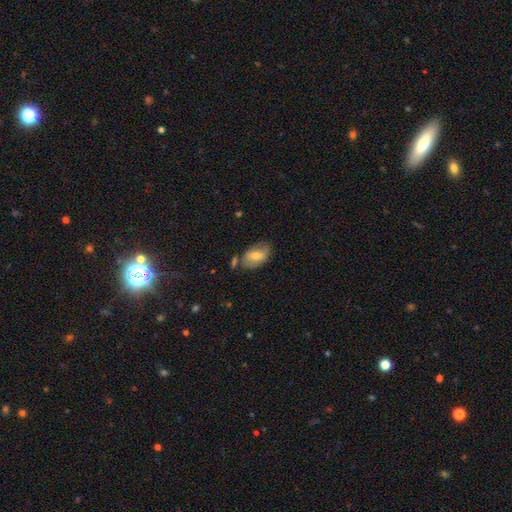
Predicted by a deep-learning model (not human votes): A smooth galaxy with no disk features (65%) that is in between round and cigar-shaped (90%).

Vote fractions:
- Smooth or featured? smooth: 65% / featured or disk: 28% / star or artifact: 7%
- How rounded? in between: 90% / round: 8% / cigar-shaped: 2%
- Merging? none: 60% / minor disturbance: 24% / merger: 9% / major disturbance: 7%